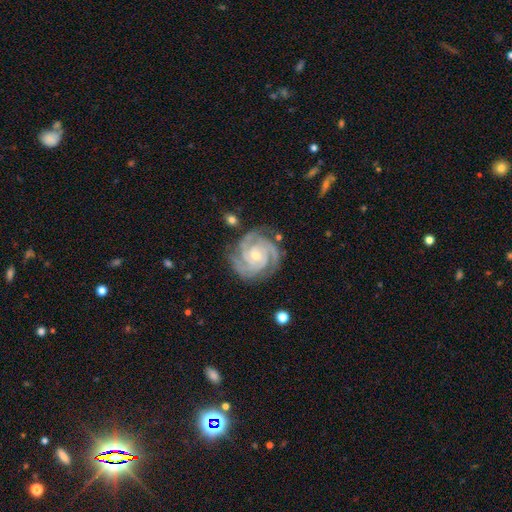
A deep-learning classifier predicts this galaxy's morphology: Smooth or featured: featured or disk — 93% (star or artifact — 4%)
Edge-on disk: no — 98% (yes — 2%)
Bar: no — 67% (weak — 25%)
Spiral arms: yes — 99% (no — 1%)
Spiral winding: tight — 76% (medium — 22%)
Spiral arm count: 3 — 48% (4 — 23%)
Bulge size: small — 65% (moderate — 32%)
Merging: none — 78% (minor disturbance — 16%)